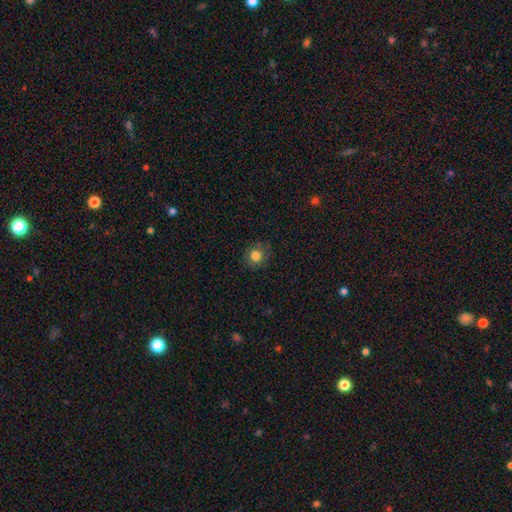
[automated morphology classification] Smooth or featured? smooth (82%)
How rounded? round (88%)
Merging? none (84%)